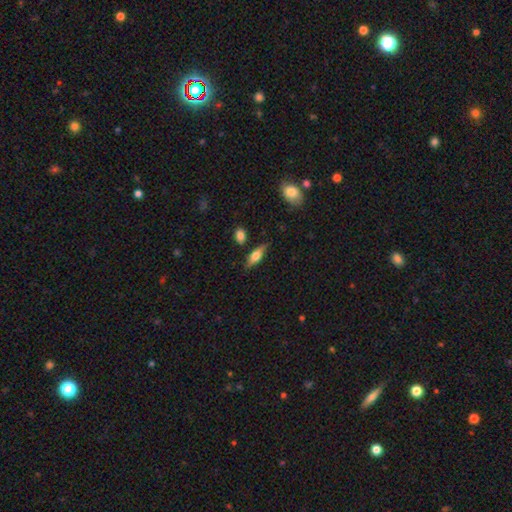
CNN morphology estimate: A smooth galaxy with no disk features (53%) that is in between round and cigar-shaped (58%).

Vote fractions:
- Smooth or featured? smooth: 53% / featured or disk: 40% / star or artifact: 7%
- How rounded? in between: 58% / cigar-shaped: 39% / round: 4%
- Merging? none: 76% / minor disturbance: 17% / major disturbance: 4% / merger: 4%